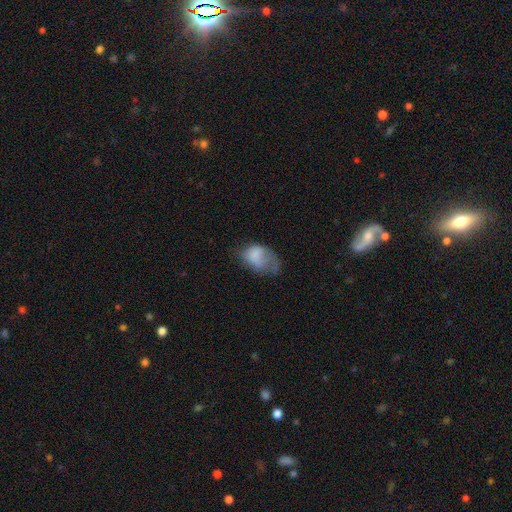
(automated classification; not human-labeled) Smooth or featured? smooth (71%)
How rounded? in between (85%)
Merging? major disturbance (38%)